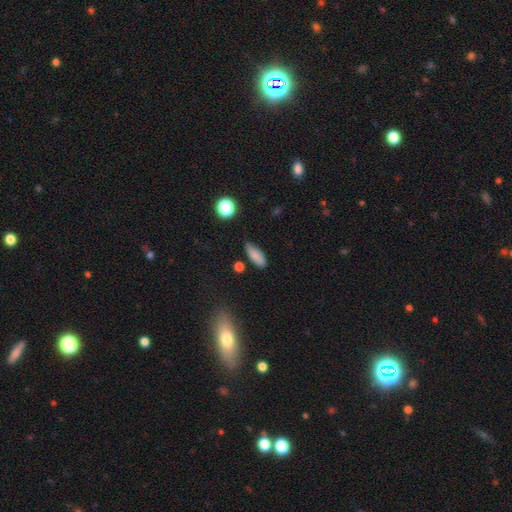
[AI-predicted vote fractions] smooth_or_featured: smooth (p=0.82) [alt: star or artifact p=0.10]
how_rounded: in between (p=0.72) [alt: cigar-shaped p=0.24]
merging: none (p=0.66) [alt: minor disturbance p=0.25]